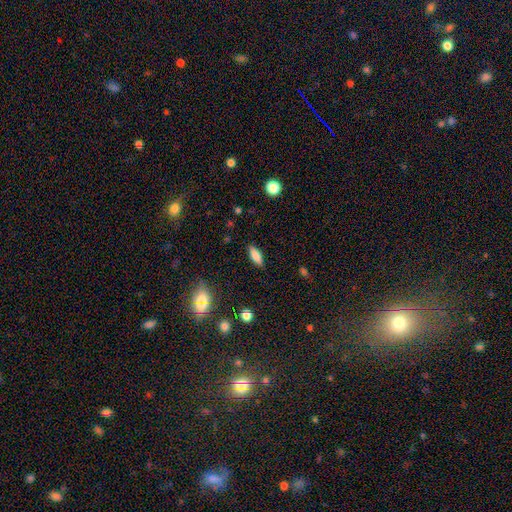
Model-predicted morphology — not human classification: This is likely a smooth galaxy (79%). How rounded: likely in between (68%). Merging: clearly none (86%).